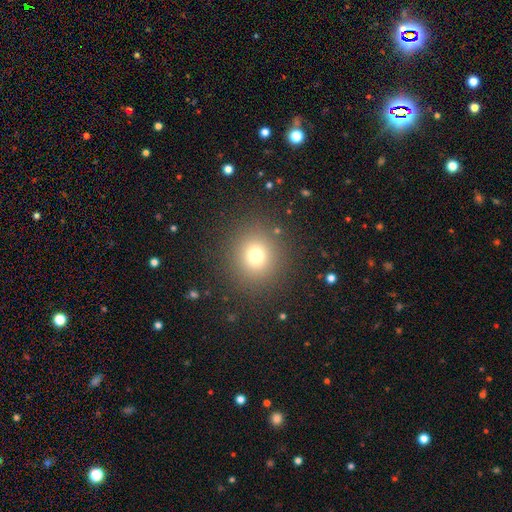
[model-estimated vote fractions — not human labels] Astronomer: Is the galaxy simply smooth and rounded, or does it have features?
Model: smooth — 72%.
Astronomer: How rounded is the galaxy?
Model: round — 90%.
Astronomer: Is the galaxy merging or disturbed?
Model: none — 88%.